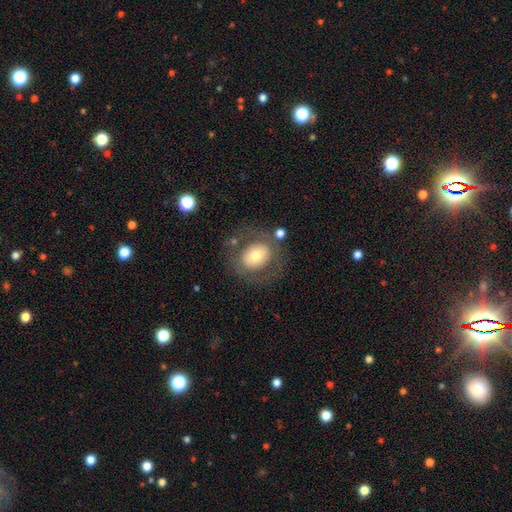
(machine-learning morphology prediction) A smooth galaxy with no disk features (53%) that is round (66%). Merging: none (71%).